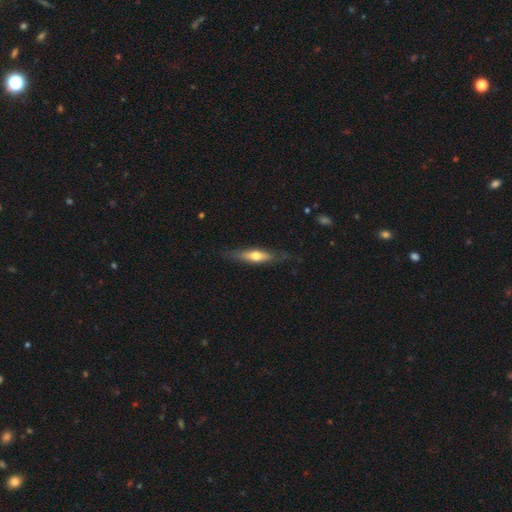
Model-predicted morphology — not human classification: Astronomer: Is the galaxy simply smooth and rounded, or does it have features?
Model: smooth — 49% (runner-up: featured or disk, 46%).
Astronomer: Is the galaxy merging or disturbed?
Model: none — 79%.